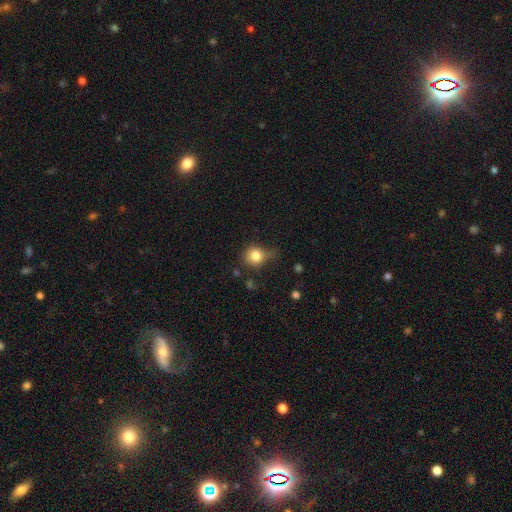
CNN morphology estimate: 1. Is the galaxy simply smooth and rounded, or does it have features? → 81% smooth, 11% star or artifact, 8% featured or disk.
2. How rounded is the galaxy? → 79% round, 20% in between, 1% cigar-shaped.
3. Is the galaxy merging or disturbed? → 49% none, 33% minor disturbance, 13% major disturbance, 4% merger.